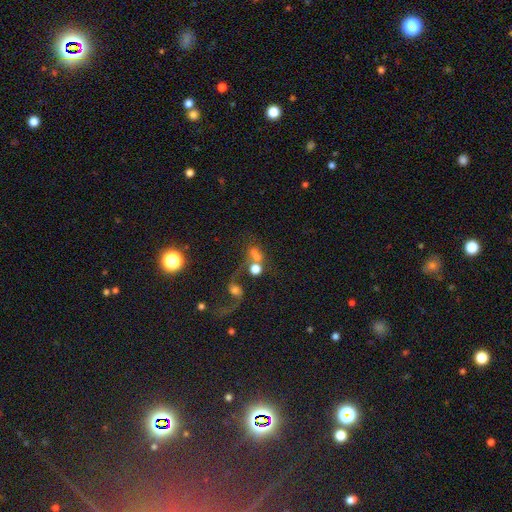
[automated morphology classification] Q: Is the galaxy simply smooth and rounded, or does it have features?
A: smooth — 44%.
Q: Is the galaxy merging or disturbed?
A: merger — 43%.